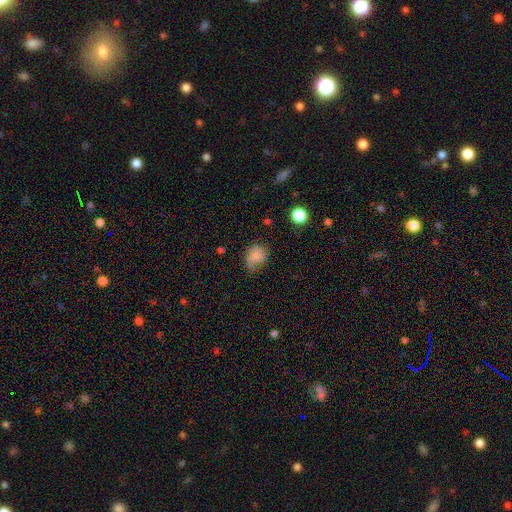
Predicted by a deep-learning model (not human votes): Q: Smooth or featured?
A: smooth (74%); runner-up: featured or disk (16%)
Q: How rounded?
A: round (54%); runner-up: in between (45%)
Q: Merging?
A: none (41%); runner-up: minor disturbance (35%)